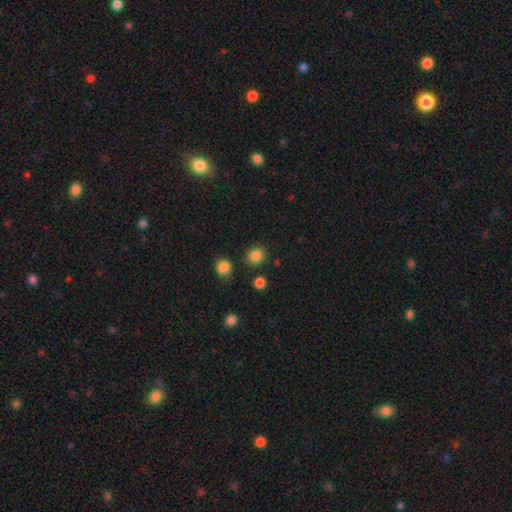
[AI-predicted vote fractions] Overall: smooth (84%). How rounded: round (80%). Merging: none (85%).